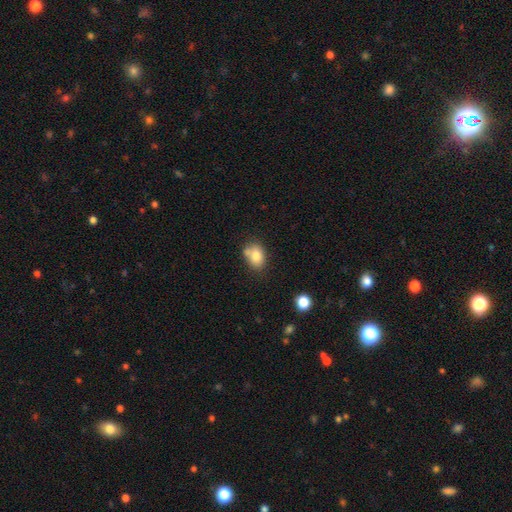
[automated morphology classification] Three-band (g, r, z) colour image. It shows a smooth galaxy with no disk features (80%) that is in between round and cigar-shaped (71%). Merging: none (57%).